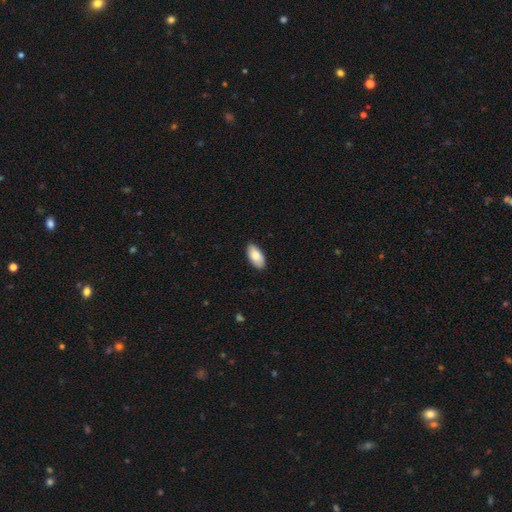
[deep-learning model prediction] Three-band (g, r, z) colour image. It shows a smooth galaxy with no disk features (85%) that is in between round and cigar-shaped (94%). Merging: none (88%).